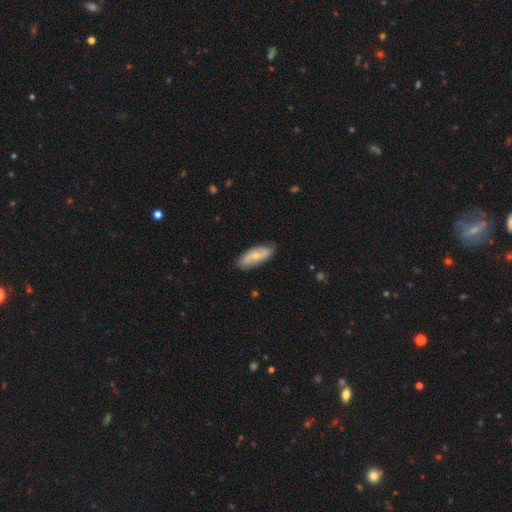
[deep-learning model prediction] Overall: featured or disk (56%; smooth 38%). Edge-on disk: no (89%). Bar: no (51%; weak 37%). Spiral arms: yes (85%). Bulge size: small (56%; moderate 39%). Merging: none (81%).